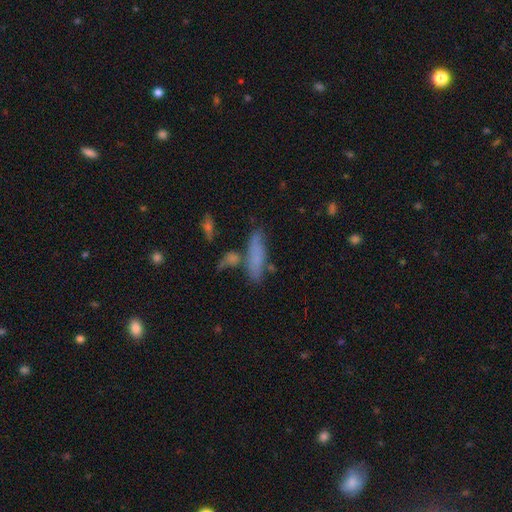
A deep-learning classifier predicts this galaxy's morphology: Smooth or featured?
  - smooth: 70% *
  - featured or disk: 21%
  - star or artifact: 10%
How rounded?
  - cigar-shaped: 72% *
  - in between: 25%
  - round: 3%
Merging?
  - none: 66% *
  - minor disturbance: 16%
  - merger: 12%
  - major disturbance: 5%